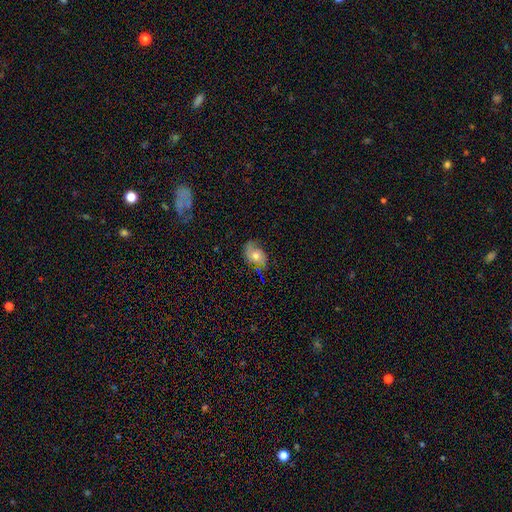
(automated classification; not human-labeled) Q: Smooth or featured?
A: featured or disk (46%); runner-up: smooth (44%)
Q: Merging?
A: none (58%); runner-up: minor disturbance (27%)